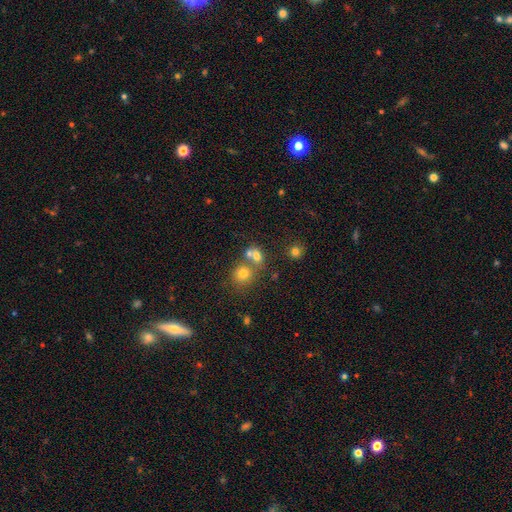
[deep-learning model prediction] smooth 70%, star or artifact 16%, featured or disk 14%. Down the decision tree: how rounded — round (66%); merging — merger (45%).